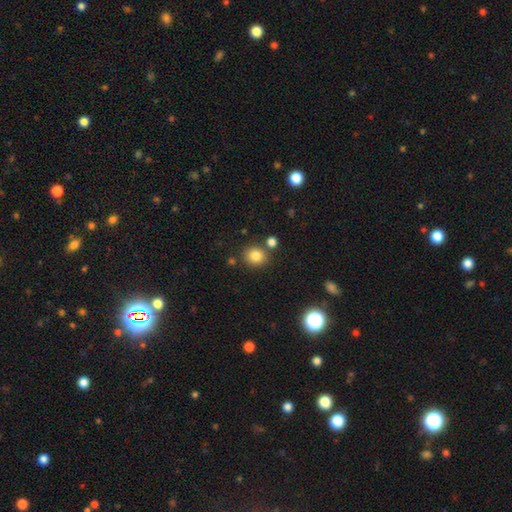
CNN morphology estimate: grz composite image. It shows a smooth galaxy with no disk features (83%) that is round (79%). Merging: none (77%).